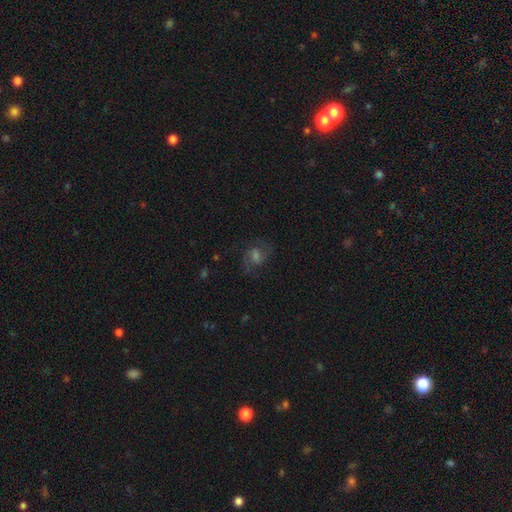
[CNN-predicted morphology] The model was most divided on "bar": weak: 49%, no: 40%, strong: 11%. Remaining: edge-on disk — no (97%); spiral arms — yes (91%); spiral arm count — 2 (85%); merging — none (74%); smooth or featured — featured or disk (58%); spiral winding — medium (54%); bulge size — moderate (39%).